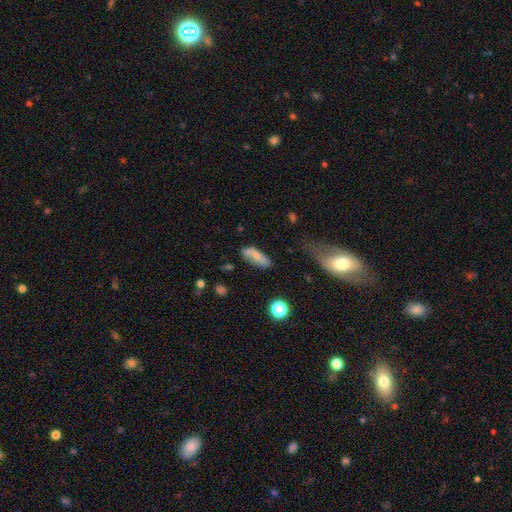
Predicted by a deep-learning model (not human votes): Smooth or featured? smooth (69%)
How rounded? in between (67%)
Merging? none (55%)